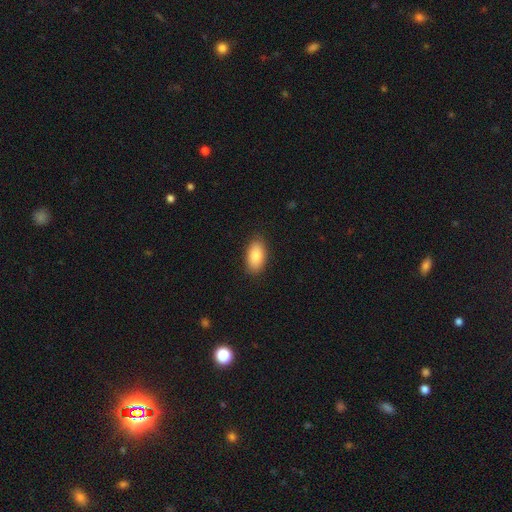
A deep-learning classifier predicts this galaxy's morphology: A smooth galaxy with no disk features (87%) that is in between round and cigar-shaped (94%).

Vote fractions:
- Smooth or featured? smooth: 87% / star or artifact: 7% / featured or disk: 7%
- How rounded? in between: 94% / round: 4% / cigar-shaped: 3%
- Merging? none: 88% / minor disturbance: 9% / major disturbance: 2% / merger: 1%